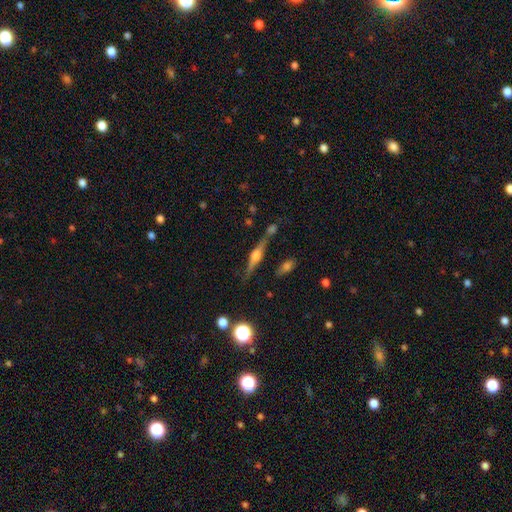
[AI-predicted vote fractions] A featured or disk galaxy (73%) viewed edge-on (96%) with a rounded central bulge (87%). Merging: none (73%).